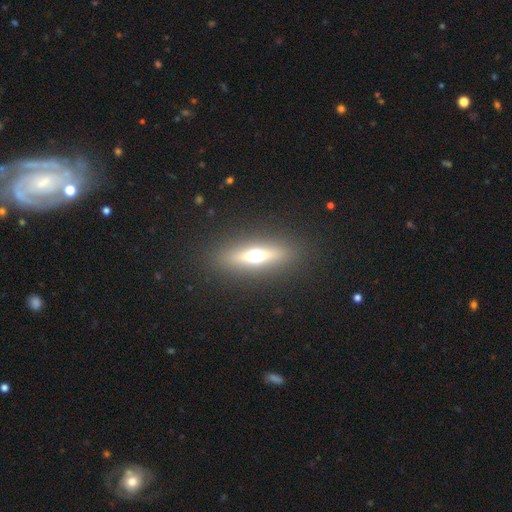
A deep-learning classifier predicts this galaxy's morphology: Smooth or featured? featured or disk (50%)
Edge-on disk? yes (83%)
Merging? none (88%)